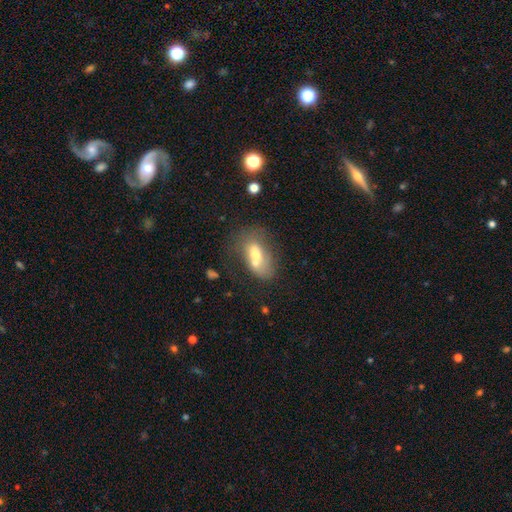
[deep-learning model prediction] Q: Smooth or featured?
A: smooth (56%); runner-up: featured or disk (35%)
Q: How rounded?
A: in between (83%); runner-up: round (12%)
Q: Merging?
A: merger (47%); runner-up: none (24%)